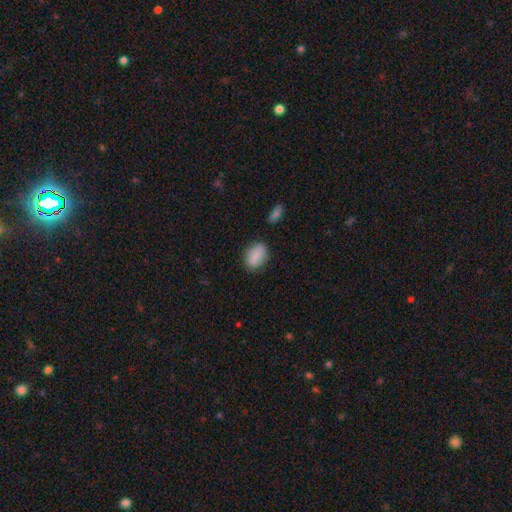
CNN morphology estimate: Smooth or featured: smooth — 85% (star or artifact — 8%)
How rounded: in between — 82% (round — 16%)
Merging: none — 77% (minor disturbance — 16%)